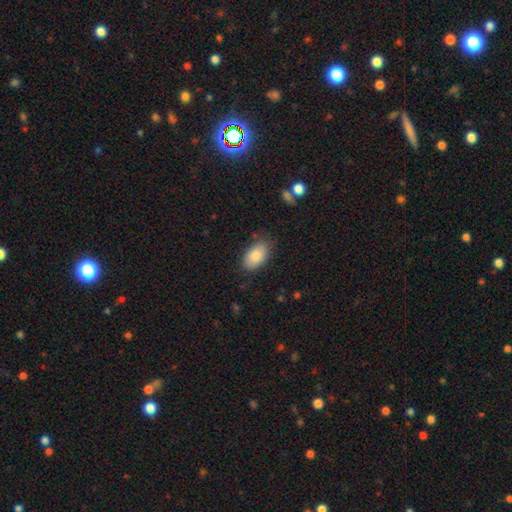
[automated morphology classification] A smooth galaxy with no disk features (85%) that is in between round and cigar-shaped (93%).

Vote fractions:
- Smooth or featured? smooth: 85% / featured or disk: 8% / star or artifact: 7%
- How rounded? in between: 93% / round: 5% / cigar-shaped: 2%
- Merging? none: 78% / minor disturbance: 17% / major disturbance: 4% / merger: 2%